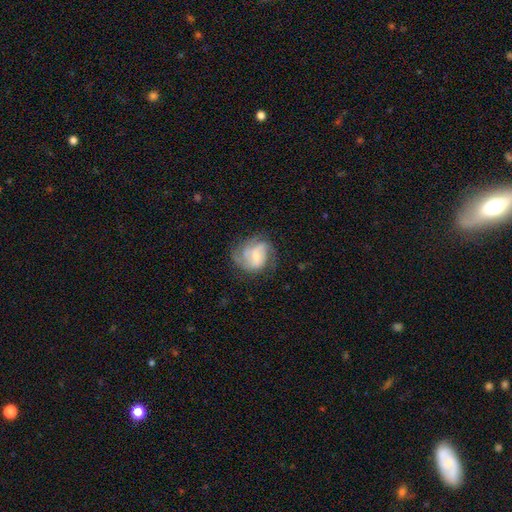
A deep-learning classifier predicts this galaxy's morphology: smooth-or-featured: featured or disk: 70% | smooth: 23% | star or artifact: 7%
  disk-edge-on: no: 98% | yes: 2%
    bar: weak: 45% | no: 44% | strong: 12%
    has-spiral-arms: yes: 89% | no: 11%
      spiral-winding: medium: 44% | tight: 36% | loose: 19%
      spiral-arm-count: 2: 33% | can't tell: 26% | 3: 25% | 1: 6% | 4: 6% | more than 4: 4%
    bulge-size: small: 47% | moderate: 32% | none: 14% | large: 6% | dominant: 1%
  merging: none: 57% | minor disturbance: 23% | major disturbance: 19% | merger: 2%